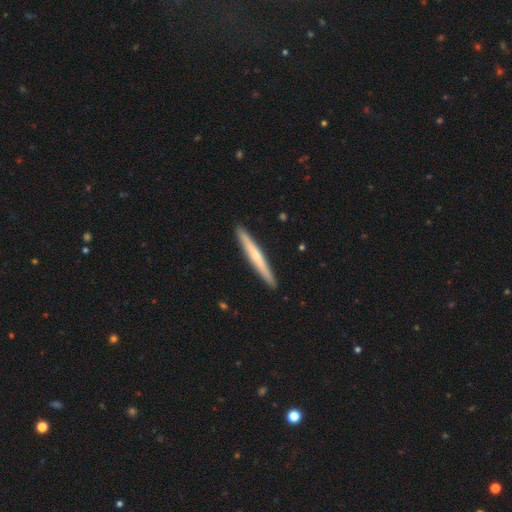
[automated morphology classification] Smooth or featured: featured or disk — 49% (smooth — 46%)
Merging: none — 93% (minor disturbance — 5%)